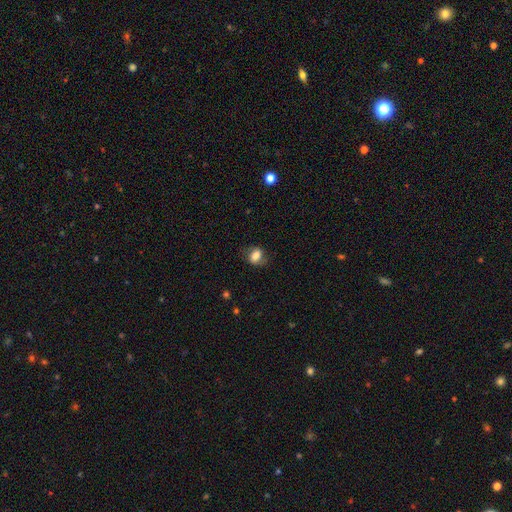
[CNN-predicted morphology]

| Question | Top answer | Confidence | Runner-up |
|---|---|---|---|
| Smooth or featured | smooth | 70% | featured or disk (22%) |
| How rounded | in between | 67% | round (31%) |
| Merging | none | 69% | minor disturbance (21%) |